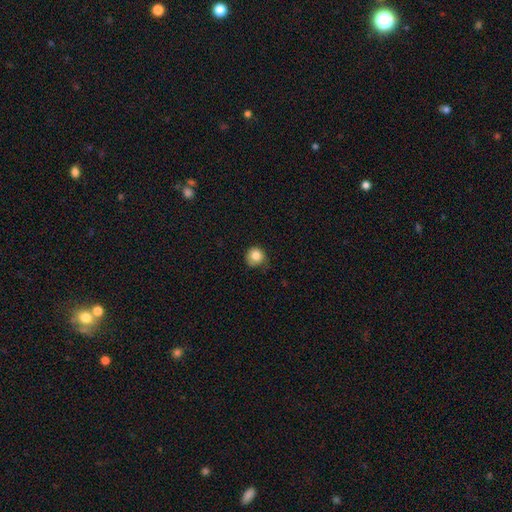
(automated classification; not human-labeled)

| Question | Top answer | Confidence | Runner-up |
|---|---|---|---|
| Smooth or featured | smooth | 82% | star or artifact (10%) |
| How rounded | round | 91% | in between (8%) |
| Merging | none | 62% | minor disturbance (29%) |